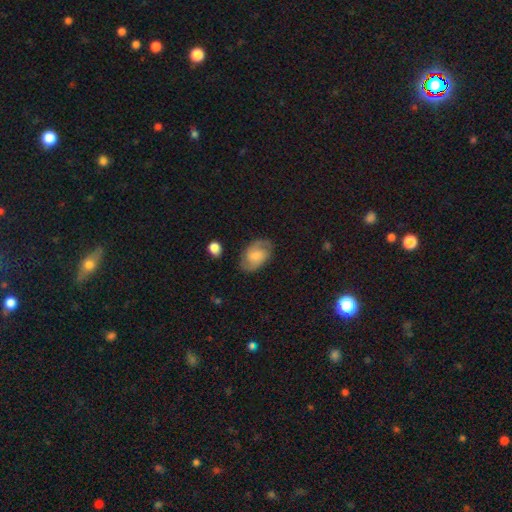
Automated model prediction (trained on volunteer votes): This is possibly a featured or disk galaxy (58%). It is clearly not viewed edge-on (96%). Bar: possibly no (54%). Spiral arm pattern: clearly yes (89%). Central bulge: marginally moderate (32%, tied with small). Merging: likely none (75%).